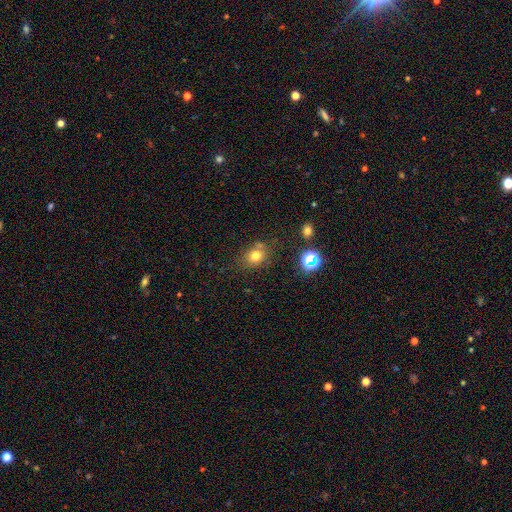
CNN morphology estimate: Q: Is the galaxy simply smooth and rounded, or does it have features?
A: smooth — 75%.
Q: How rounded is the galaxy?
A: round — 63%.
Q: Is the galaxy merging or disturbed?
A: none — 67%.